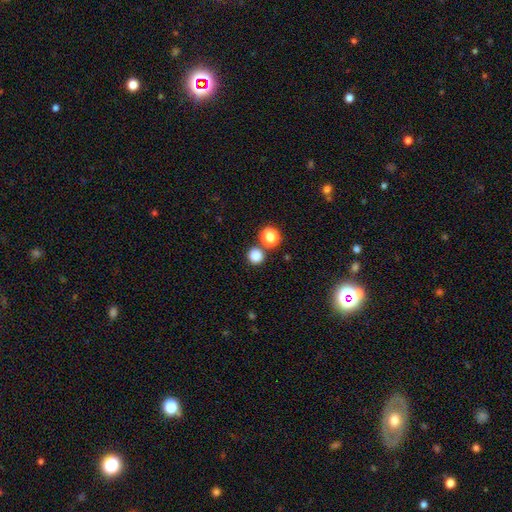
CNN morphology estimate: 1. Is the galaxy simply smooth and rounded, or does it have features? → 84% smooth, 13% star or artifact, 4% featured or disk.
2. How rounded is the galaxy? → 93% round, 6% in between, 1% cigar-shaped.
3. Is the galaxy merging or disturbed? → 78% none, 14% merger, 6% minor disturbance, 2% major disturbance.